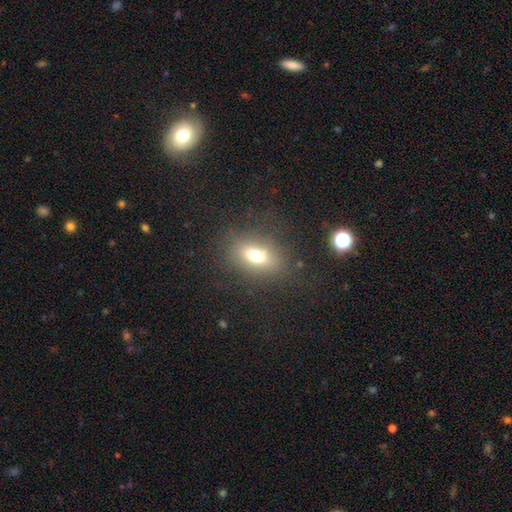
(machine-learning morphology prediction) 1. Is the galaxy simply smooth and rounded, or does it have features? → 66% smooth, 19% featured or disk, 15% star or artifact.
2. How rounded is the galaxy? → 73% in between, 20% round, 7% cigar-shaped.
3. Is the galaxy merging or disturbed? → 76% none, 13% minor disturbance, 8% major disturbance, 3% merger.